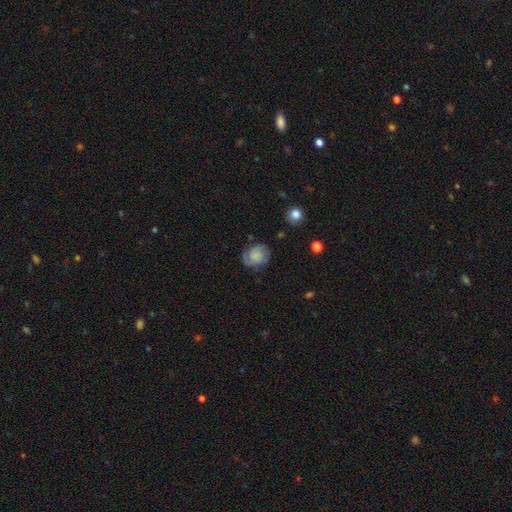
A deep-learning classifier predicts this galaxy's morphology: smooth_or_featured: featured or disk (p=0.55) [alt: smooth p=0.36]
disk_edge_on: no (p=0.97) [alt: yes p=0.03]
bar: no (p=0.72) [alt: weak p=0.24]
has_spiral_arms: yes (p=0.90) [alt: no p=0.10]
bulge_size: none (p=0.47) [alt: small p=0.17]
merging: none (p=0.73) [alt: minor disturbance p=0.18]